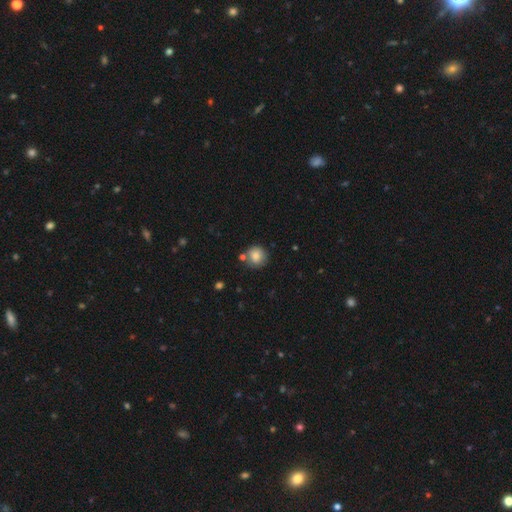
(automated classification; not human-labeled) Q: Smooth or featured?
A: smooth (83%); runner-up: star or artifact (9%)
Q: How rounded?
A: round (90%); runner-up: in between (9%)
Q: Merging?
A: none (74%); runner-up: minor disturbance (13%)